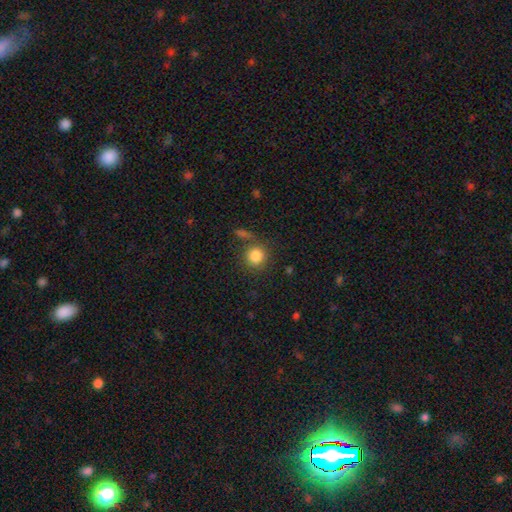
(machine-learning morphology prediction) A smooth galaxy with no disk features (84%) that is round (90%).

Vote fractions:
- Smooth or featured? smooth: 84% / star or artifact: 10% / featured or disk: 6%
- How rounded? round: 90% / in between: 9% / cigar-shaped: 1%
- Merging? none: 75% / minor disturbance: 10% / merger: 10% / major disturbance: 5%